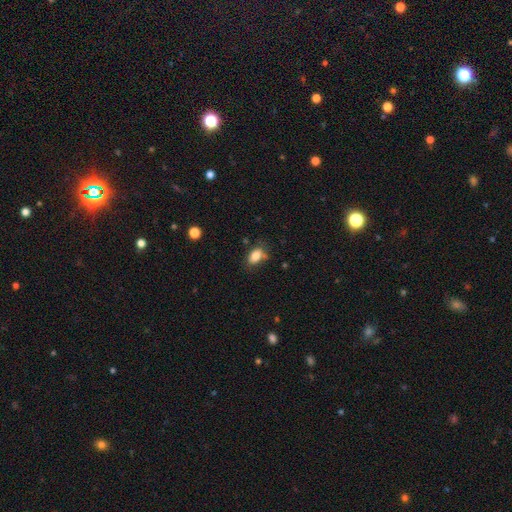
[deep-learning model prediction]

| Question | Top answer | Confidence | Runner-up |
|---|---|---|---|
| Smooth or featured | smooth | 82% | star or artifact (9%) |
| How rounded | in between | 84% | round (13%) |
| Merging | none | 60% | minor disturbance (28%) |